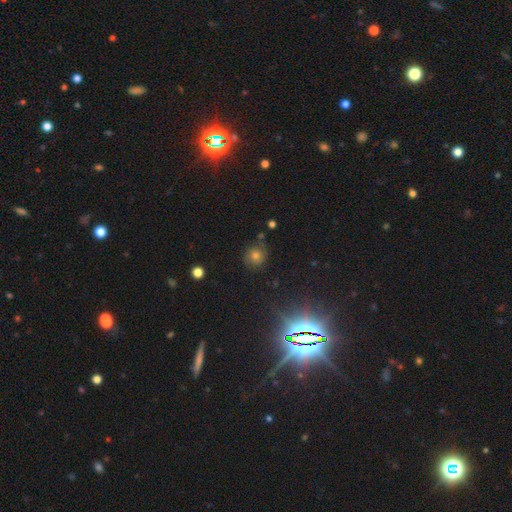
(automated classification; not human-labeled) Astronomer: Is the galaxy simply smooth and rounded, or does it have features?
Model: smooth — 54%.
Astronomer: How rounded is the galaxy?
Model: round — 84%.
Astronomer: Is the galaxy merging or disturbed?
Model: none — 76%.